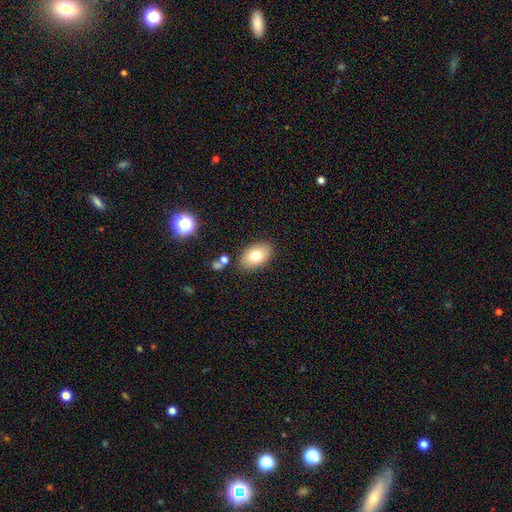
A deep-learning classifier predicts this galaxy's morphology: Smooth or featured? Predicted: smooth (p=0.76). How rounded? Predicted: in between (p=0.89). Merging? Predicted: none (p=0.84).